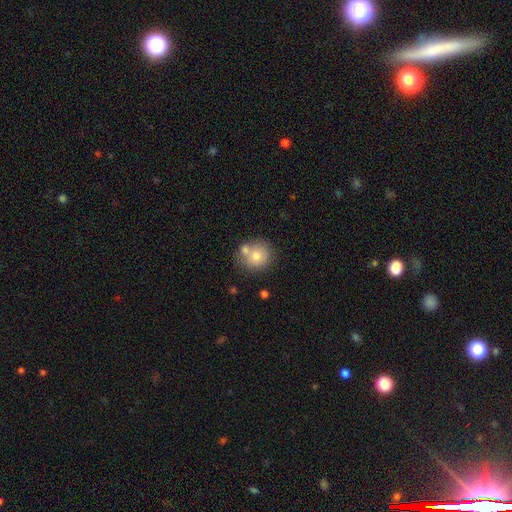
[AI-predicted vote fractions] Overall: smooth (73%). How rounded: round (87%). Merging: none (54%; merger 30%).